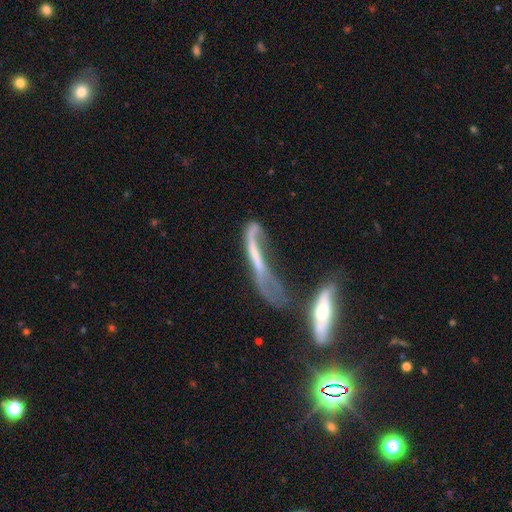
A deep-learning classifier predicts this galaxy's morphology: A featured or disk galaxy (59%). Merging: major disturbance (41%).